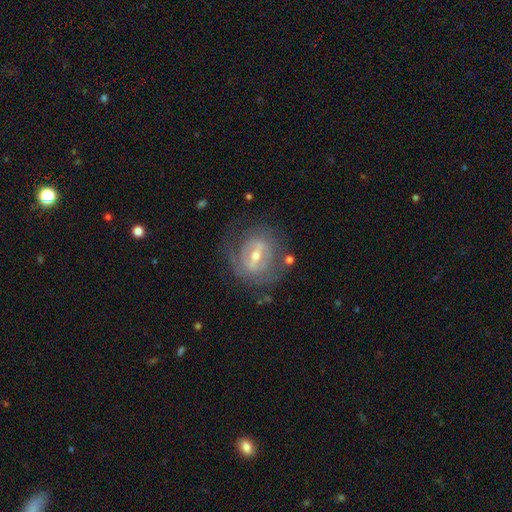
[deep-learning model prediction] Smooth or featured? featured or disk (78%)
Edge-on disk? no (93%)
Bar? strong (47%)
Spiral arms? yes (63%)
Bulge size? moderate (58%)
Merging? none (68%)